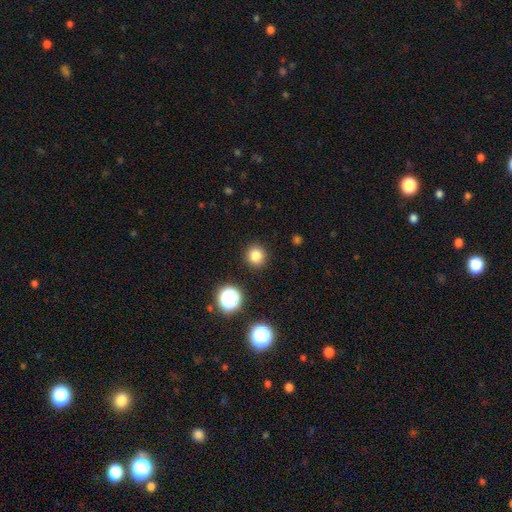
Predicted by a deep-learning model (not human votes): Morphology: type=smooth (80%); roundness=round (92%); merging=none (91%).